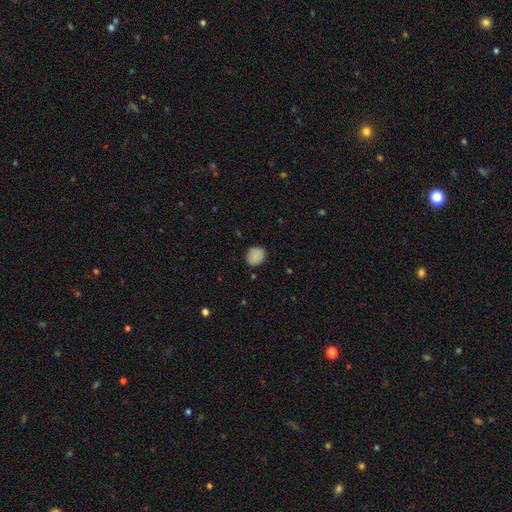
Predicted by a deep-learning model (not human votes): smooth-or-featured: smooth: 86% | star or artifact: 9% | featured or disk: 5%
  how-rounded: round: 69% | in between: 30% | cigar-shaped: 1%
  merging: none: 81% | minor disturbance: 15% | major disturbance: 3% | merger: 1%